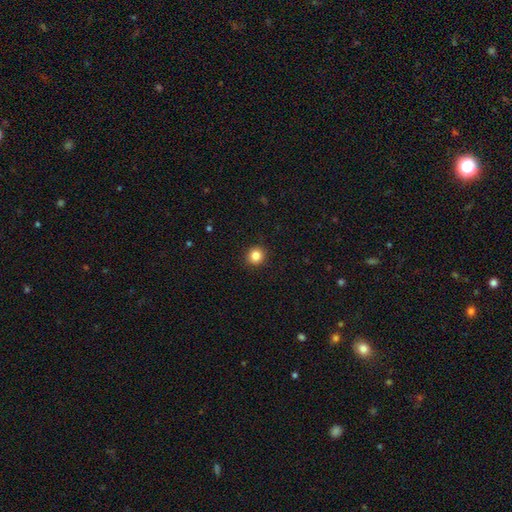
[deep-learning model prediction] smooth 84%, star or artifact 11%, featured or disk 5%. Down the decision tree: how rounded — round (92%); merging — none (92%).